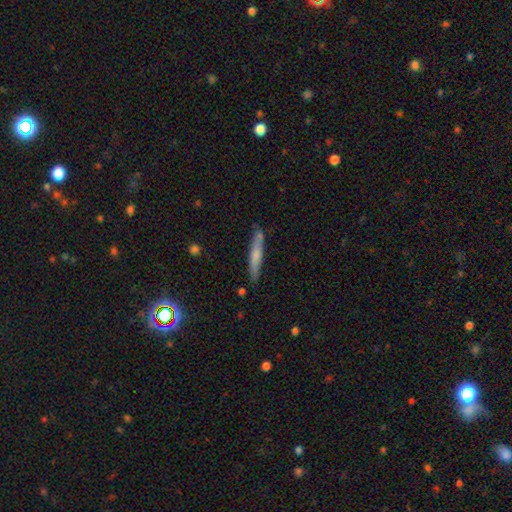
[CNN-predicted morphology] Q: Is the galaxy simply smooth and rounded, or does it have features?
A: smooth — 65%.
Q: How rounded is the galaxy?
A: cigar-shaped — 93%.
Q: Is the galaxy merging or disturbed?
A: none — 80%.